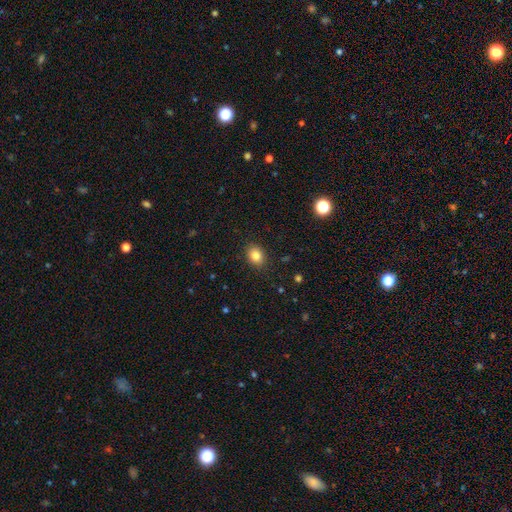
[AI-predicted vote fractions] smooth_or_featured: smooth (p=0.83) [alt: star or artifact p=0.10]
how_rounded: in between (p=0.59) [alt: round p=0.40]
merging: none (p=0.88) [alt: minor disturbance p=0.08]